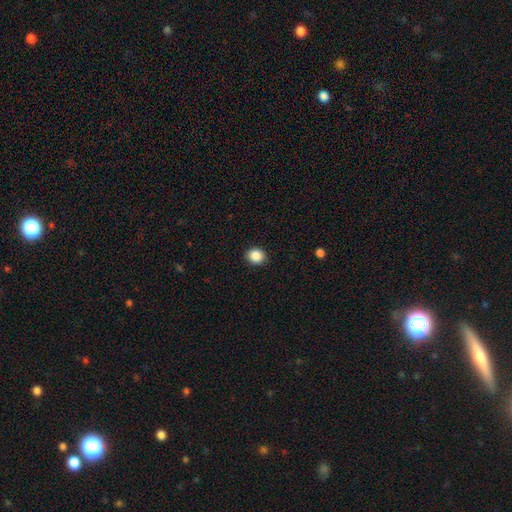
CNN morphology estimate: Overall: smooth (87%). How rounded: round (73%). Merging: none (91%).